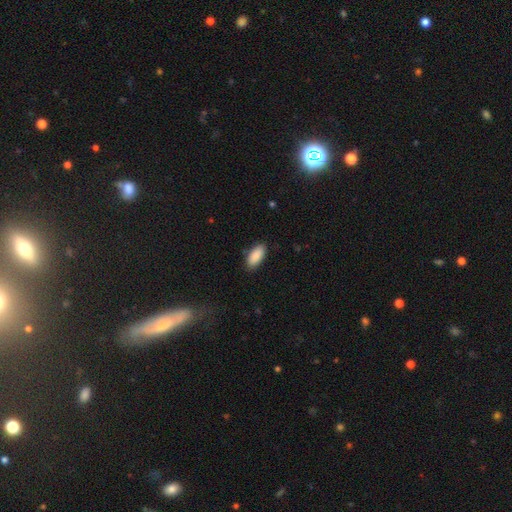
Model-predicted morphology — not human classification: Q: Smooth or featured?
A: smooth (89%); runner-up: star or artifact (6%)
Q: How rounded?
A: in between (90%); runner-up: cigar-shaped (8%)
Q: Merging?
A: none (85%); runner-up: minor disturbance (11%)